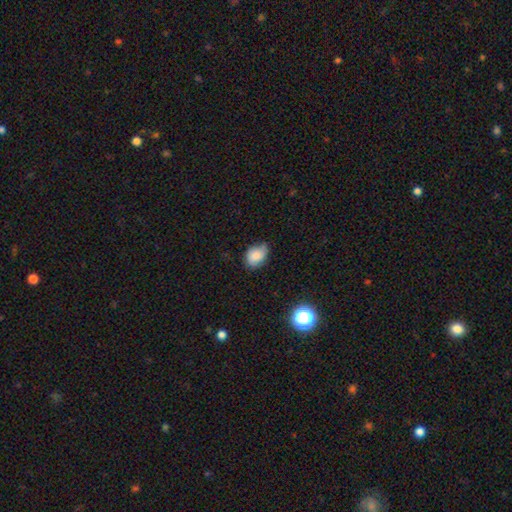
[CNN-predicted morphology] smooth 80%, featured or disk 11%, star or artifact 10%. Down the decision tree: how rounded — in between (70%); merging — none (58%).